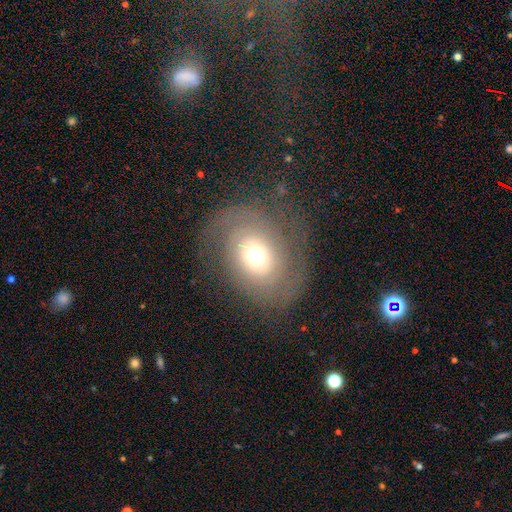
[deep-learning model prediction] Smooth or featured?
  - featured or disk: 53% *
  - smooth: 36%
  - star or artifact: 11%
Edge-on disk?
  - no: 95% *
  - yes: 5%
Bar?
  - no: 85% *
  - weak: 12%
  - strong: 3%
Spiral arms?
  - yes: 67% *
  - no: 33%
Bulge size?
  - moderate: 60% *
  - small: 17%
  - large: 17%
  - dominant: 5%
  - none: 1%
Merging?
  - none: 69% *
  - minor disturbance: 16%
  - major disturbance: 14%
  - merger: 2%